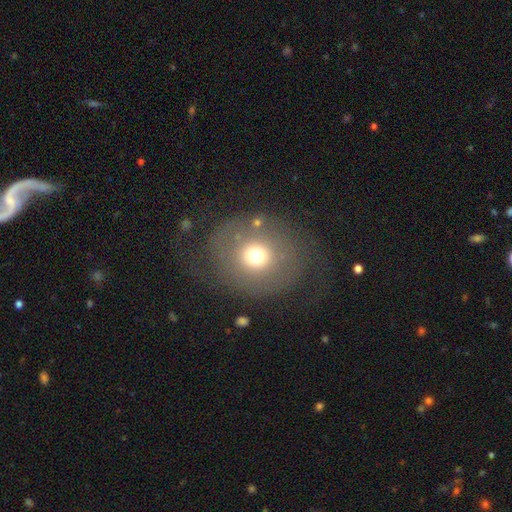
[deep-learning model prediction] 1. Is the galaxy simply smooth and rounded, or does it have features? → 64% smooth, 22% featured or disk, 15% star or artifact.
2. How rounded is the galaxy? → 86% round, 13% in between, 1% cigar-shaped.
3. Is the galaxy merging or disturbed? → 69% none, 14% major disturbance, 14% minor disturbance, 4% merger.